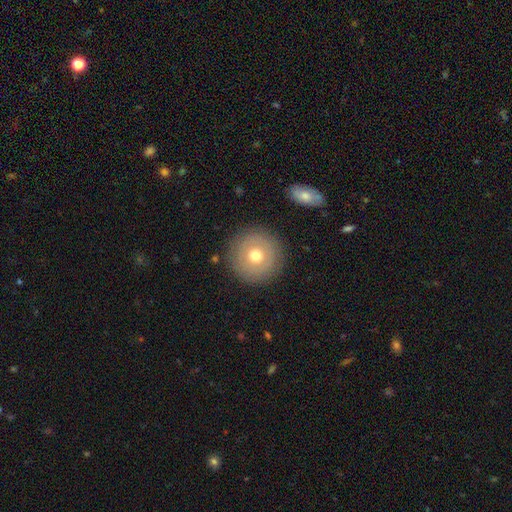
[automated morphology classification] Smooth or featured? Predicted: smooth (p=0.62). How rounded? Predicted: round (p=0.95). Merging? Predicted: none (p=0.88).